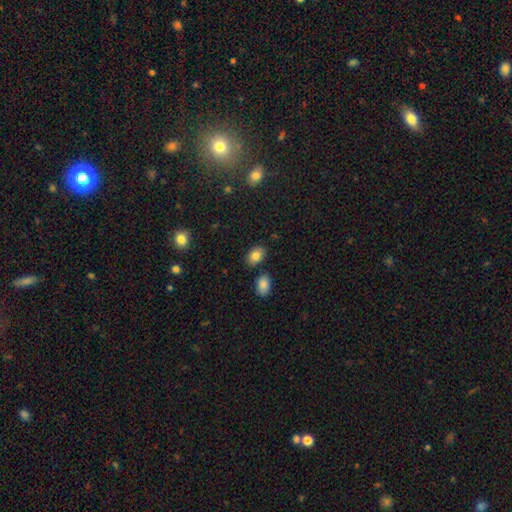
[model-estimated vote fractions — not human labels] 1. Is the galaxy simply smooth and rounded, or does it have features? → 83% smooth, 9% star or artifact, 8% featured or disk.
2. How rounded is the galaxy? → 78% in between, 21% round, 1% cigar-shaped.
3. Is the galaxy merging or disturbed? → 81% none, 11% minor disturbance, 6% merger, 2% major disturbance.